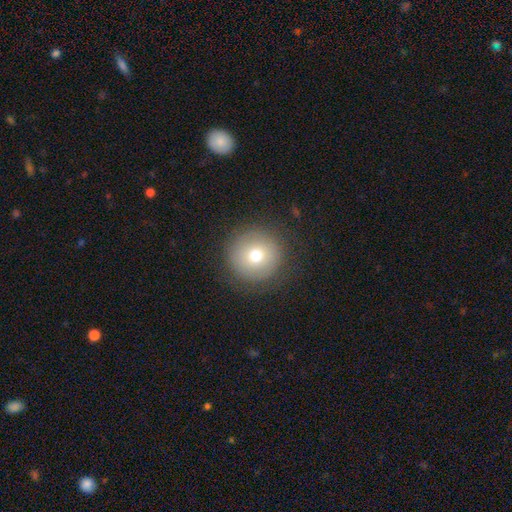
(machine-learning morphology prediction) smooth 70%, featured or disk 17%, star or artifact 13%. Down the decision tree: how rounded — round (95%); merging — none (86%).